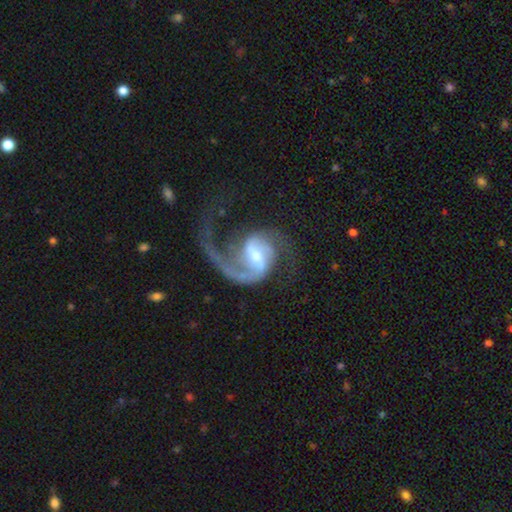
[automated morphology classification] type=featured or disk (92%); edge-on=no (98%); bar=weak (50%); spiral arms=yes (98%); winding=loose (47%); arm count=2 (74%); bulge=moderate (49%); merging=none (54%).